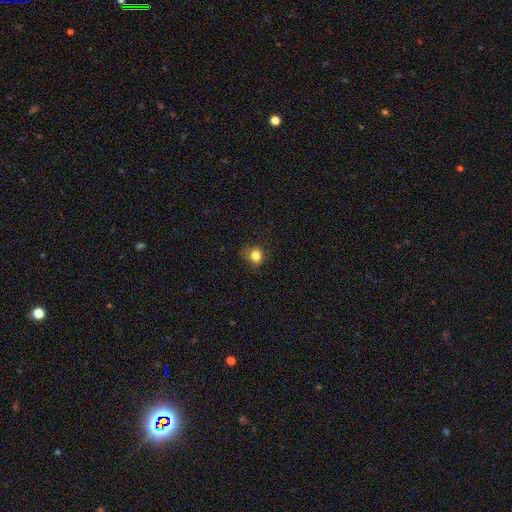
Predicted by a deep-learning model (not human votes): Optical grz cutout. It shows a smooth galaxy with no disk features (82%) that is round (83%). Merging: none (69%).